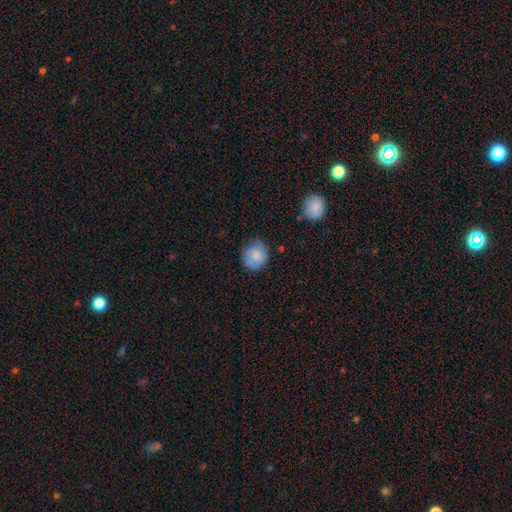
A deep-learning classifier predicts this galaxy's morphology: Smooth or featured? Predicted: smooth (p=0.81). How rounded? Predicted: round (p=0.85). Merging? Predicted: none (p=0.72).